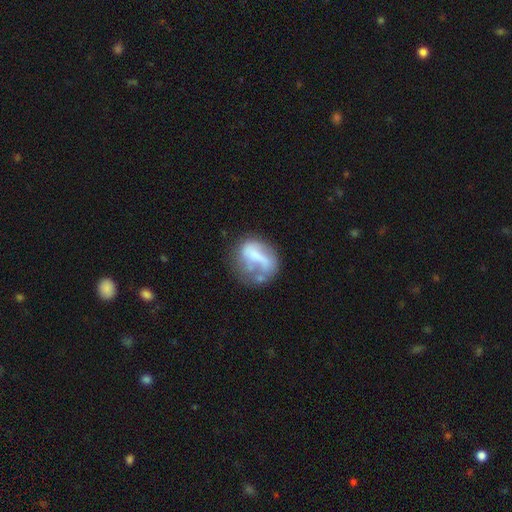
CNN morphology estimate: This appears to be a featured or disk galaxy (48%). Merging: none (33%).